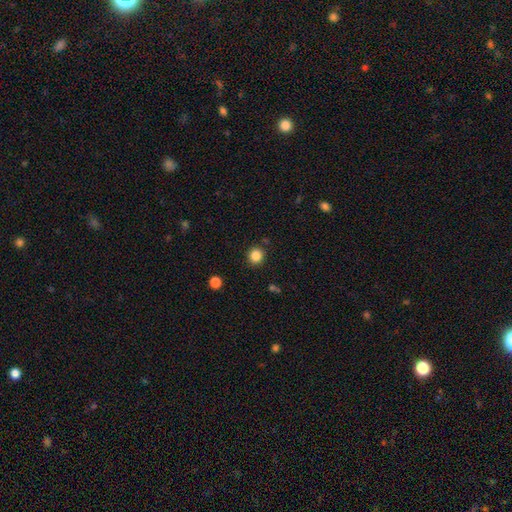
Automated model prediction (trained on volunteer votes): Morphology: type=smooth (85%); roundness=round (91%); merging=none (88%).